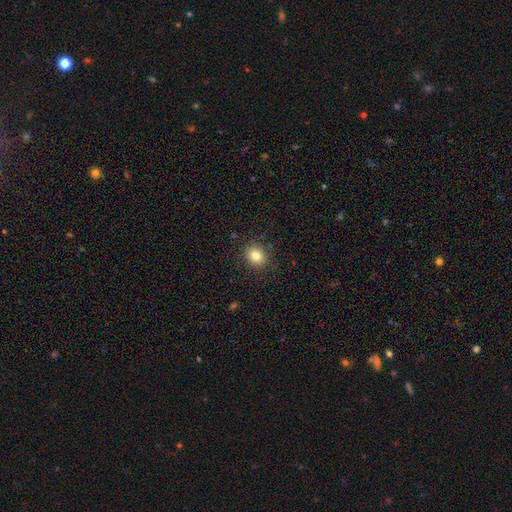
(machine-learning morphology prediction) Smooth or featured?
  - smooth: 83% *
  - star or artifact: 10%
  - featured or disk: 7%
How rounded?
  - round: 64% *
  - in between: 35%
  - cigar-shaped: 1%
Merging?
  - none: 87% *
  - minor disturbance: 9%
  - major disturbance: 3%
  - merger: 1%